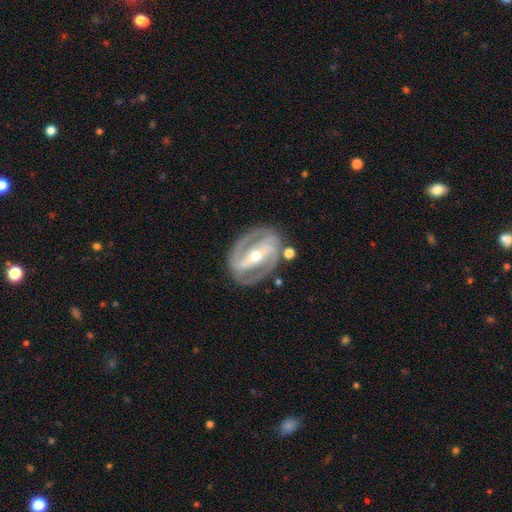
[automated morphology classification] smooth_or_featured: featured or disk (p=0.88) [alt: smooth p=0.07]
disk_edge_on: no (p=0.95) [alt: yes p=0.05]
bar: strong (p=0.69) [alt: weak p=0.19]
has_spiral_arms: yes (p=0.89) [alt: no p=0.11]
spiral_winding: tight (p=0.49) [alt: medium p=0.40]
spiral_arm_count: 2 (p=0.88) [alt: can't tell p=0.05]
bulge_size: moderate (p=0.57) [alt: small p=0.39]
merging: none (p=0.81) [alt: minor disturbance p=0.12]